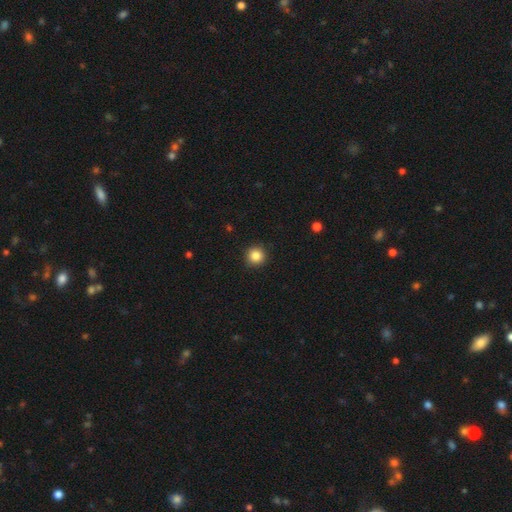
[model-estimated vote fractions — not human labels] This appears to be a smooth galaxy with no disk features (86%) that is round (95%). Merging: none (91%).